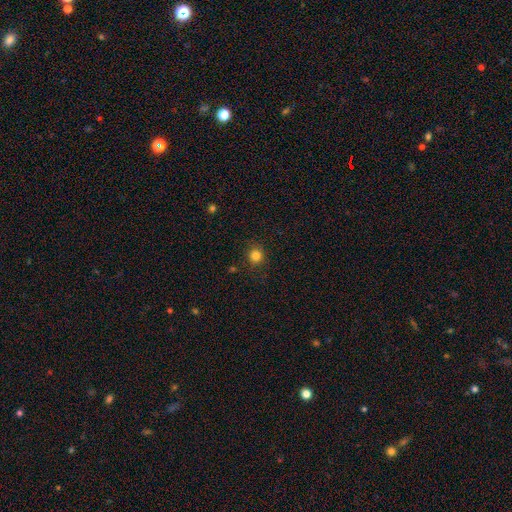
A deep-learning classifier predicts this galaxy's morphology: The model was most divided on "smooth or featured": smooth: 82%, star or artifact: 13%, featured or disk: 5%. More confident: how rounded — round (91%); merging — none (88%).